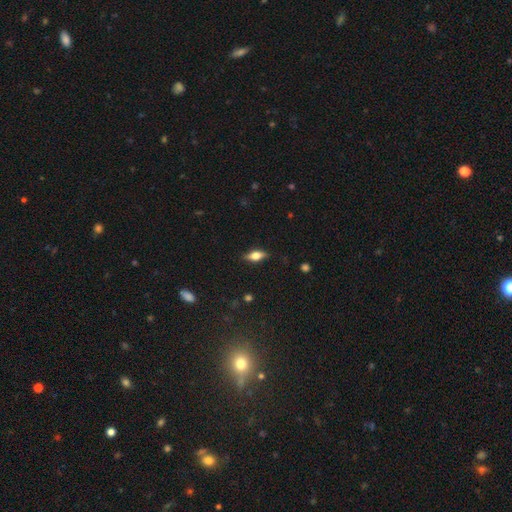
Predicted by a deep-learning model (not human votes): smooth_or_featured: smooth (p=0.52) [alt: featured or disk p=0.39]
how_rounded: in between (p=0.73) [alt: cigar-shaped p=0.22]
merging: none (p=0.84) [alt: minor disturbance p=0.12]